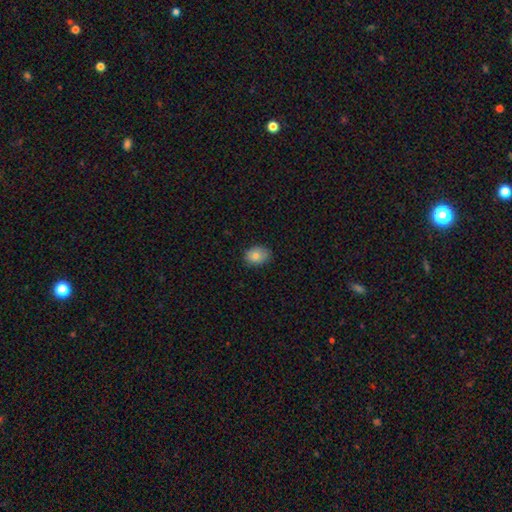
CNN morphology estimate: A smooth galaxy with no disk features (82%) that is in between round and cigar-shaped (68%). Merging: none (82%).